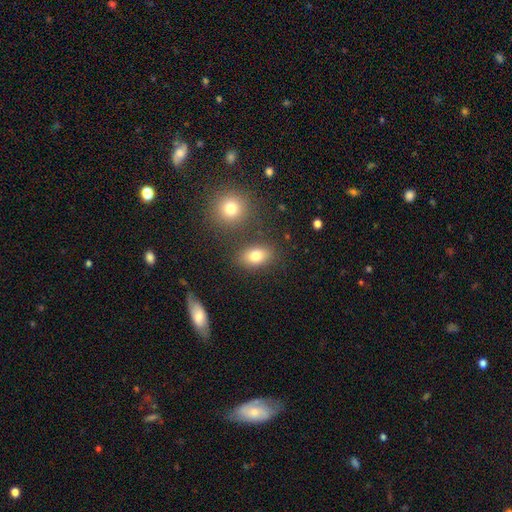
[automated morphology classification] smooth_or_featured: smooth (p=0.80) [alt: star or artifact p=0.11]
how_rounded: in between (p=0.81) [alt: round p=0.16]
merging: none (p=0.77) [alt: minor disturbance p=0.11]